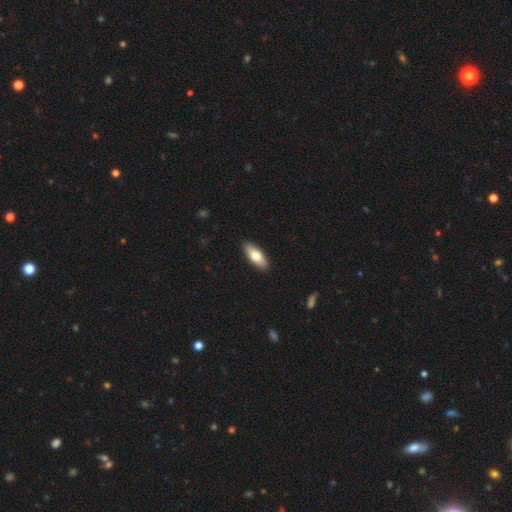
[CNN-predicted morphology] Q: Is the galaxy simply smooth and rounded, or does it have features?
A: smooth — 74%.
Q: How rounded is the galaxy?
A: in between — 75%.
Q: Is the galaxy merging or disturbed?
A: none — 90%.